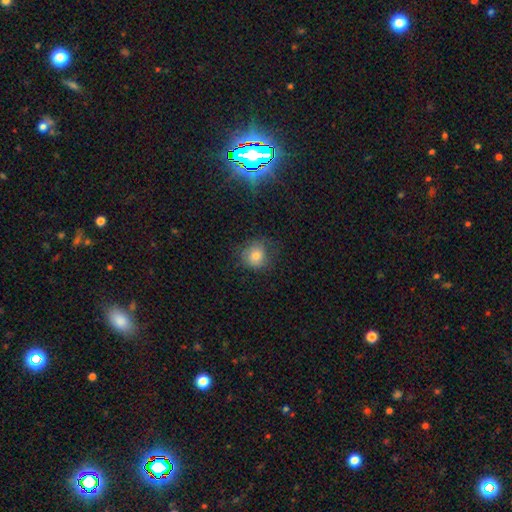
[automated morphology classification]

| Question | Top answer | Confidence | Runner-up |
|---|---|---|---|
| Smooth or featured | smooth | 76% | star or artifact (13%) |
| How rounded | round | 81% | in between (18%) |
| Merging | none | 68% | minor disturbance (22%) |